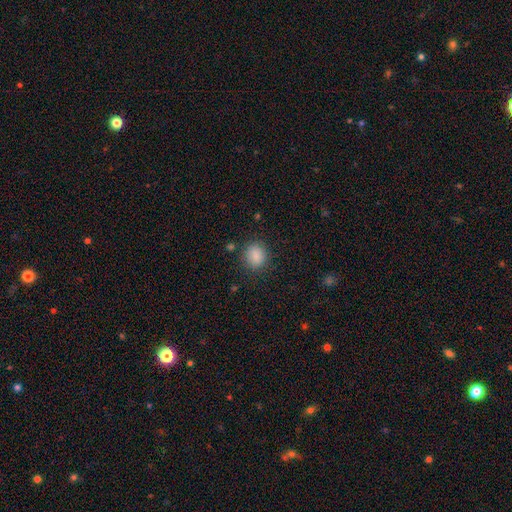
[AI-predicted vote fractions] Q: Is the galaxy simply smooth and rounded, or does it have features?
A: smooth — 87%.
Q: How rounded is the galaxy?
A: round — 66%.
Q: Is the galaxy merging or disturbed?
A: none — 85%.